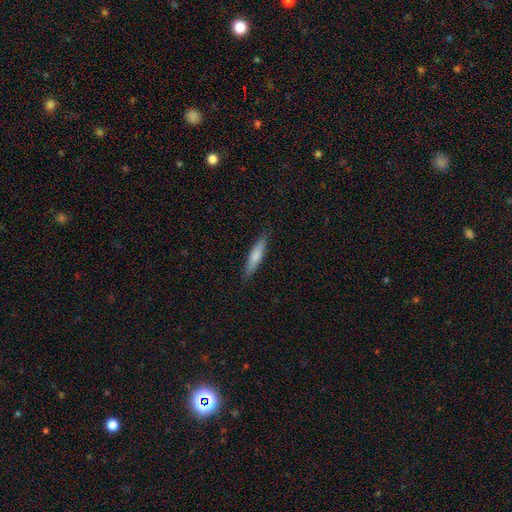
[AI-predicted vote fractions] Smooth or featured: smooth — 73% (featured or disk — 22%)
How rounded: cigar-shaped — 82% (in between — 17%)
Merging: none — 87% (minor disturbance — 10%)